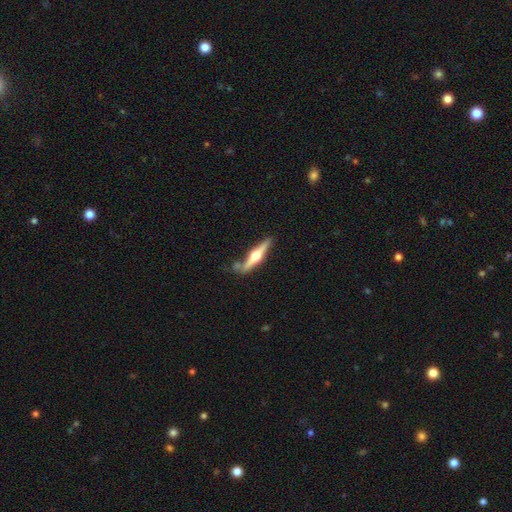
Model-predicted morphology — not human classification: A featured or disk galaxy (71%) viewed edge-on (97%) with a rounded central bulge (95%).

Vote fractions:
- Smooth or featured? featured or disk: 71% / smooth: 24% / star or artifact: 5%
- Edge-on disk? yes: 97% / no: 3%
- Edge-on bulge? rounded: 95% / boxy: 3% / none: 2%
- Merging? none: 77% / minor disturbance: 14% / merger: 7% / major disturbance: 3%